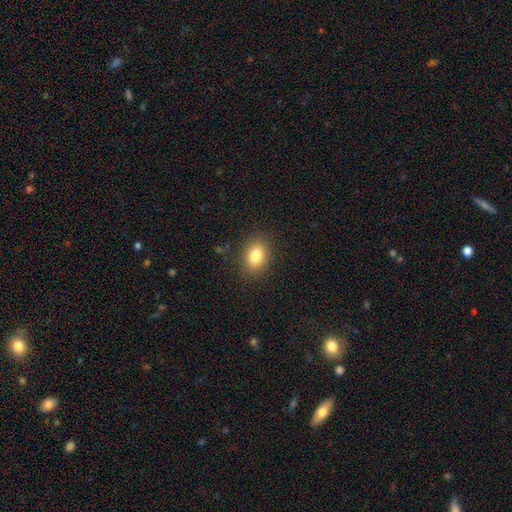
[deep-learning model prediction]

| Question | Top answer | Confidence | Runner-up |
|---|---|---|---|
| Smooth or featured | smooth | 83% | star or artifact (10%) |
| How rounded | in between | 71% | round (27%) |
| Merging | none | 87% | minor disturbance (9%) |